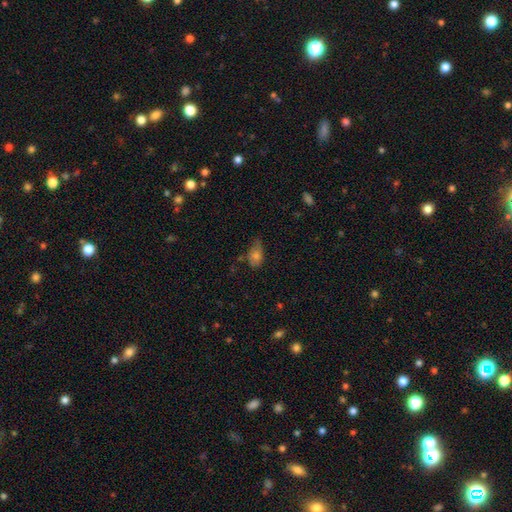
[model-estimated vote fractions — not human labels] This appears to be a smooth galaxy with no disk features (69%) that is in between round and cigar-shaped (80%). Merging: none (45%).